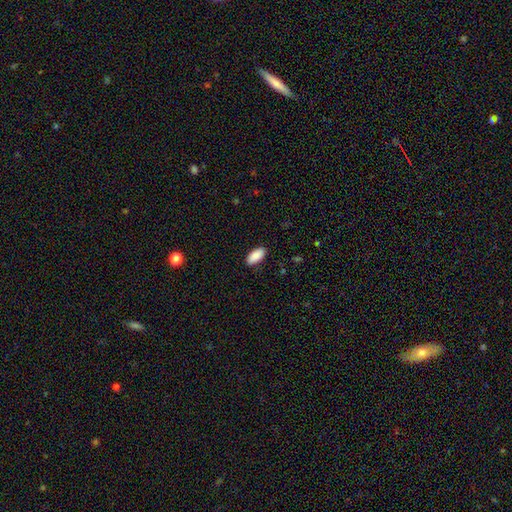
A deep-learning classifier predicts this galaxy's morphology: Smooth or featured?
  - smooth: 89% *
  - star or artifact: 6%
  - featured or disk: 5%
How rounded?
  - in between: 91% *
  - cigar-shaped: 7%
  - round: 2%
Merging?
  - none: 88% *
  - minor disturbance: 9%
  - major disturbance: 2%
  - merger: 1%